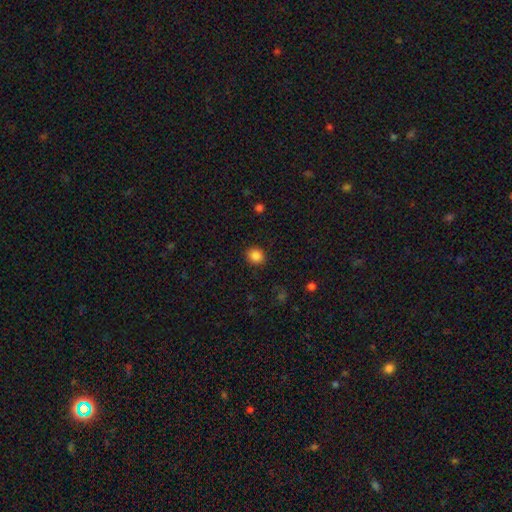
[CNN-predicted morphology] smooth 87%, star or artifact 10%, featured or disk 3%. Down the decision tree: how rounded — round (75%); merging — none (90%).